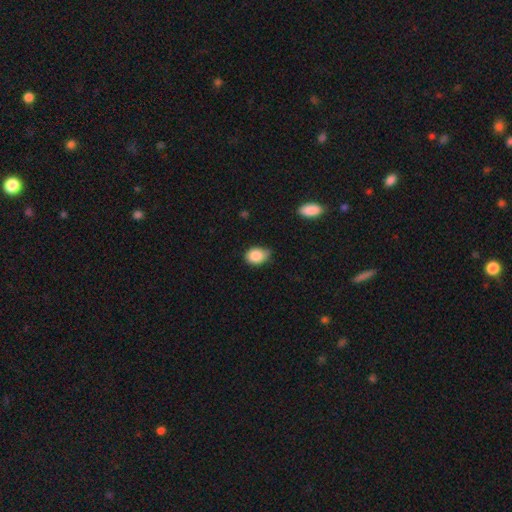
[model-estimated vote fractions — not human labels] This appears to be a smooth galaxy with no disk features (85%) that is in between round and cigar-shaped (59%). Merging: none (49%).